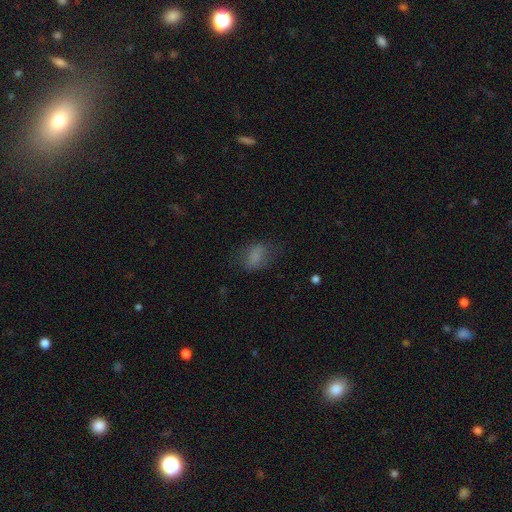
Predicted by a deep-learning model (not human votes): A smooth galaxy with no disk features (76%) that is in between round and cigar-shaped (81%).

Vote fractions:
- Smooth or featured? smooth: 76% / featured or disk: 13% / star or artifact: 12%
- How rounded? in between: 81% / round: 17% / cigar-shaped: 2%
- Merging? none: 63% / minor disturbance: 22% / major disturbance: 13% / merger: 1%